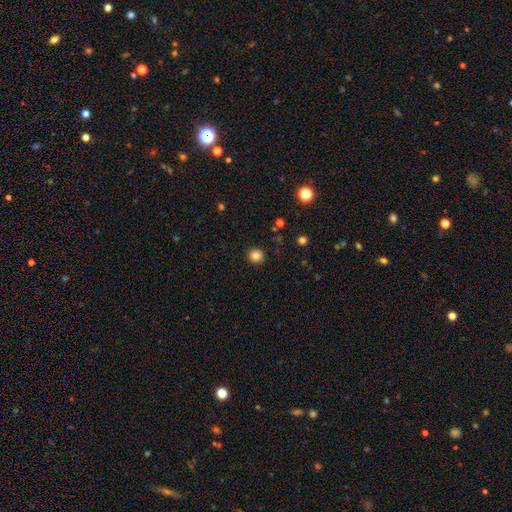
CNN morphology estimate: A smooth galaxy with no disk features (82%) that is round (93%).

Vote fractions:
- Smooth or featured? smooth: 82% / star or artifact: 12% / featured or disk: 6%
- How rounded? round: 93% / in between: 6% / cigar-shaped: 1%
- Merging? none: 92% / minor disturbance: 5% / major disturbance: 2% / merger: 1%